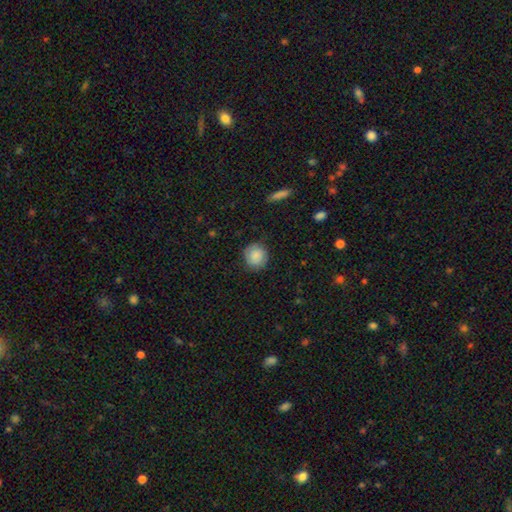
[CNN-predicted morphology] type=smooth (80%); roundness=round (85%); merging=none (83%).